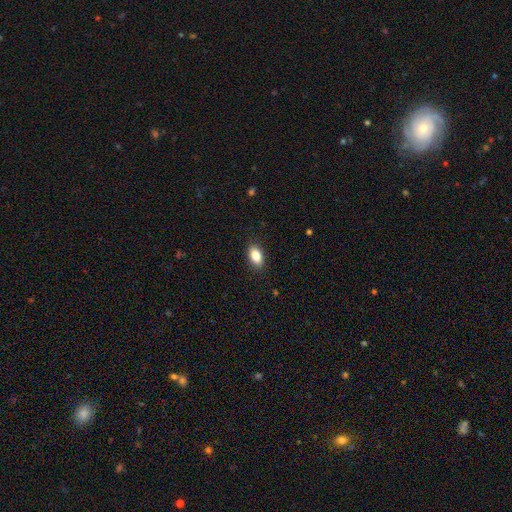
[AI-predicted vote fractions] Smooth or featured? Predicted: smooth (p=0.86). How rounded? Predicted: in between (p=0.90). Merging? Predicted: none (p=0.88).